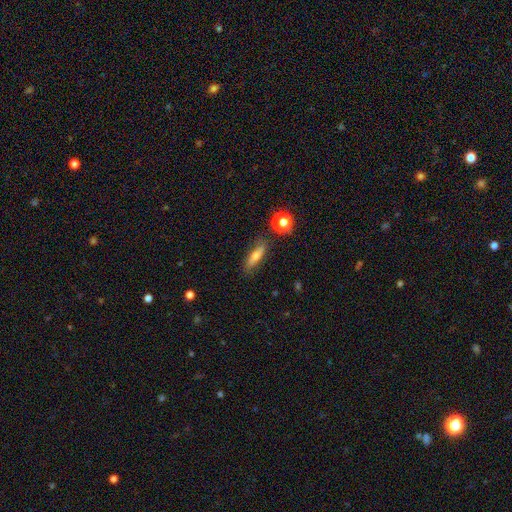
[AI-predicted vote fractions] Q: Smooth or featured?
A: smooth (60%); runner-up: featured or disk (30%)
Q: How rounded?
A: cigar-shaped (59%); runner-up: in between (36%)
Q: Merging?
A: none (80%); runner-up: minor disturbance (13%)